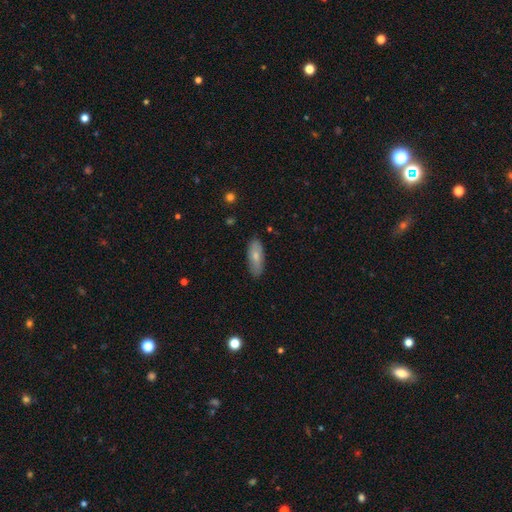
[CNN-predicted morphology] This appears to be a smooth galaxy with no disk features (72%) that is in between round and cigar-shaped (75%). Merging: none (83%).